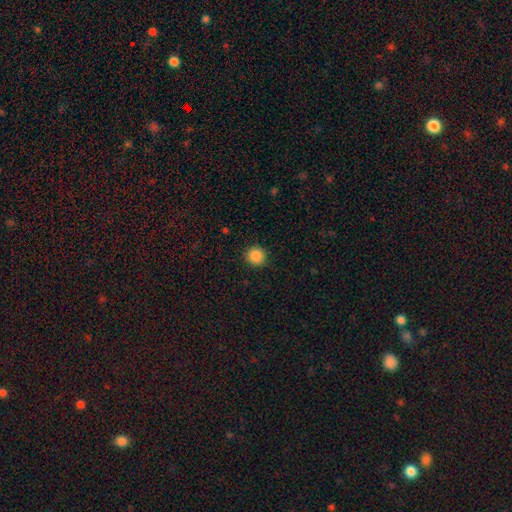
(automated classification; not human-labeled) smooth_or_featured: smooth (p=0.87) [alt: star or artifact p=0.10]
how_rounded: round (p=0.94) [alt: in between p=0.05]
merging: none (p=0.92) [alt: minor disturbance p=0.05]